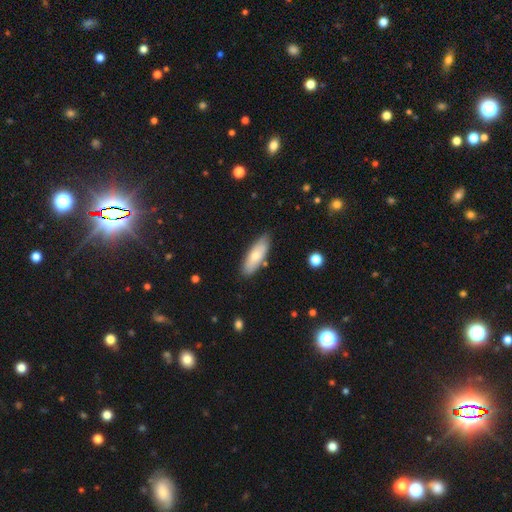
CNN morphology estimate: This is likely a smooth galaxy (73%). How rounded: likely in between (62%). Merging: clearly none (80%).